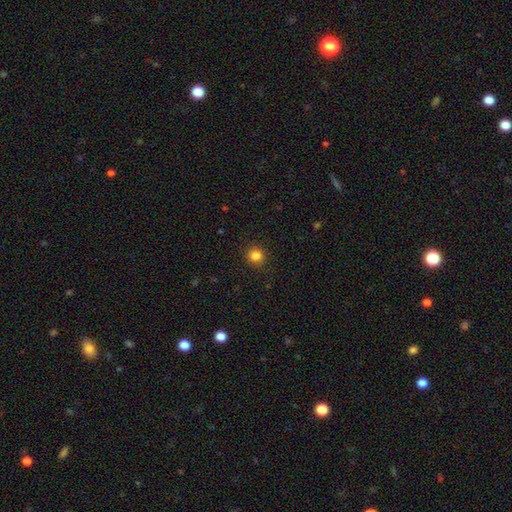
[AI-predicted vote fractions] This appears to be a smooth galaxy with no disk features (84%) that is round (93%). Merging: none (91%).